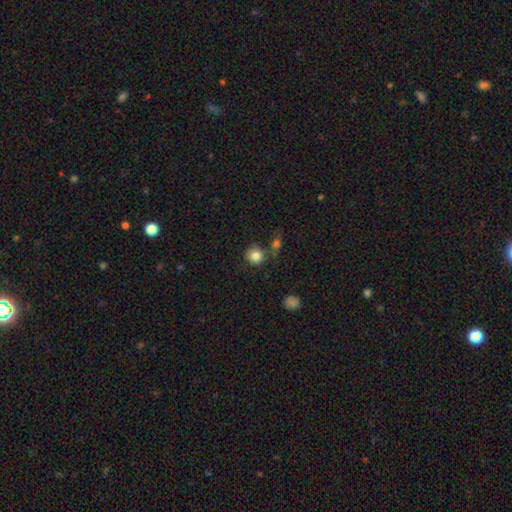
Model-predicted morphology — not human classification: smooth 83%, star or artifact 10%, featured or disk 6%. Down the decision tree: how rounded — round (90%); merging — none (72%).